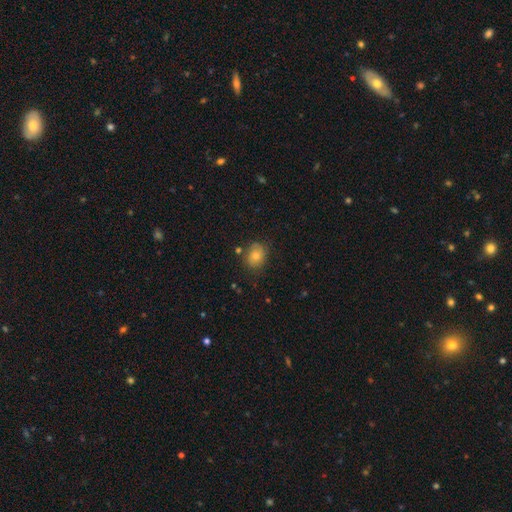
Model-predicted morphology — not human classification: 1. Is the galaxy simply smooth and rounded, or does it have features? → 78% smooth, 12% featured or disk, 11% star or artifact.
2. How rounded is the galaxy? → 61% round, 38% in between, 1% cigar-shaped.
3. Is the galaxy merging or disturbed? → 76% none, 16% minor disturbance, 4% major disturbance, 4% merger.